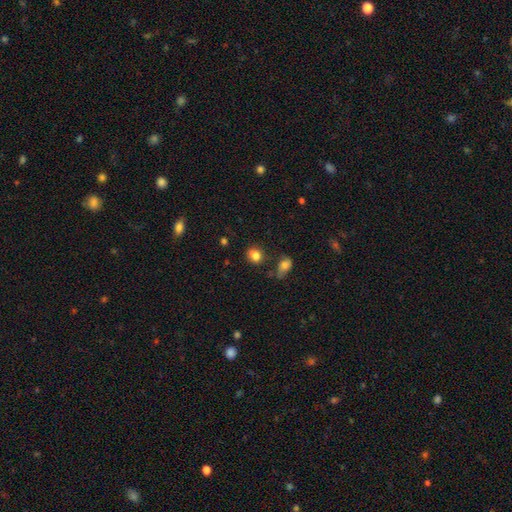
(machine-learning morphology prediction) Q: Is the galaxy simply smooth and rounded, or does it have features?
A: smooth — 83%.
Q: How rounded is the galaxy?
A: round — 55%.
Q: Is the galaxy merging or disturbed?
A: none — 73%.